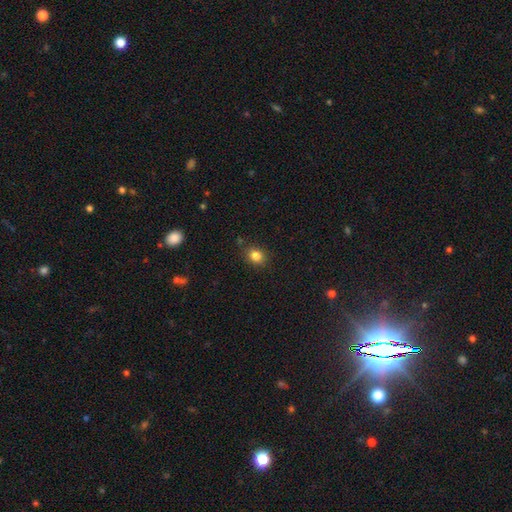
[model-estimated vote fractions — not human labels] Overall: smooth (83%). How rounded: round (63%; in between 36%). Merging: none (83%).